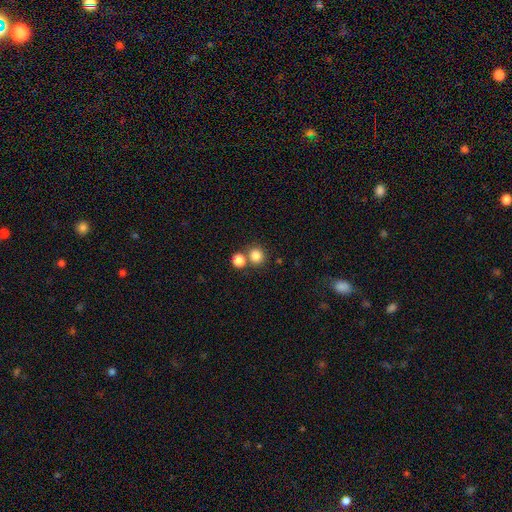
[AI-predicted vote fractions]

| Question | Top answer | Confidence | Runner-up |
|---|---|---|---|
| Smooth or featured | smooth | 82% | star or artifact (12%) |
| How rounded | round | 90% | in between (9%) |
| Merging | none | 65% | merger (26%) |